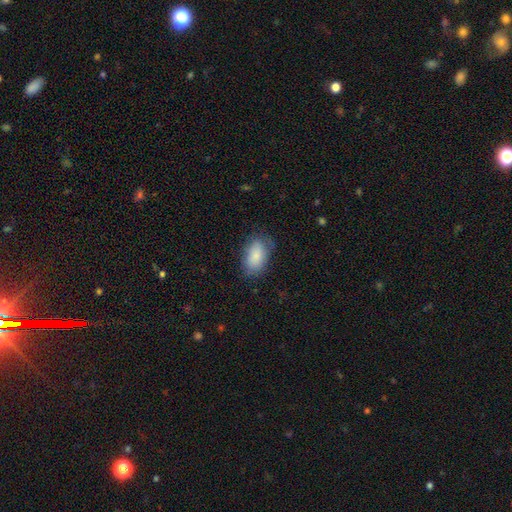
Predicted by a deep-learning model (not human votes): smooth 85%, featured or disk 9%, star or artifact 6%. Down the decision tree: how rounded — in between (93%); merging — none (73%).